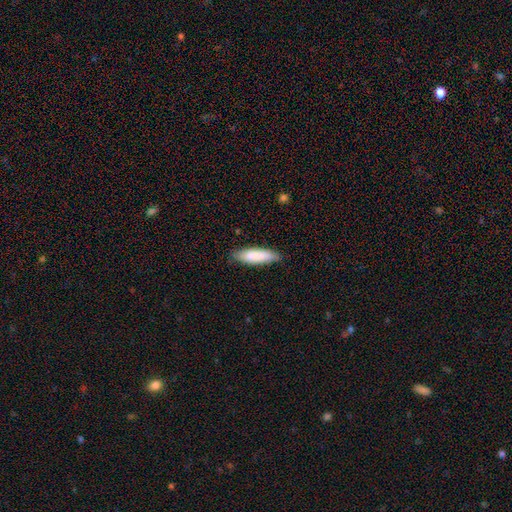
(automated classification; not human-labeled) The model was most divided on "how rounded": cigar-shaped: 59%, in between: 40%, round: 1%. More confident: smooth or featured — smooth (85%); merging — none (83%).